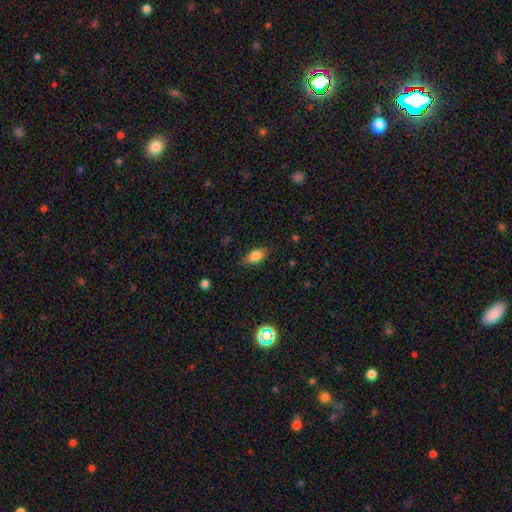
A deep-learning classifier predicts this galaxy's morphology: The model was most divided on "merging": none: 79%, minor disturbance: 16%, major disturbance: 4%, merger: 1%. More confident: how rounded — in between (87%); smooth or featured — smooth (83%).